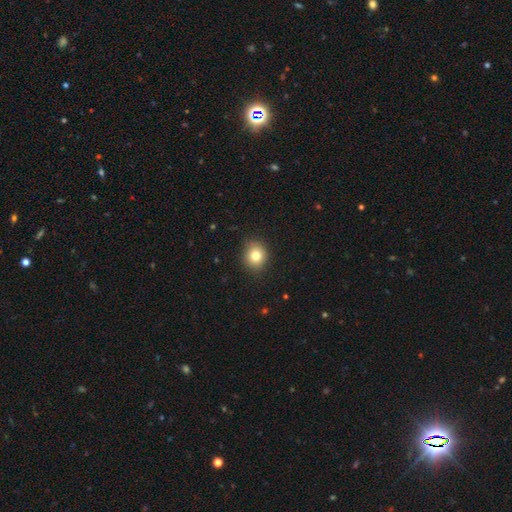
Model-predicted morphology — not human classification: This appears to be a smooth galaxy with no disk features (80%) that is round (79%). Merging: none (86%).